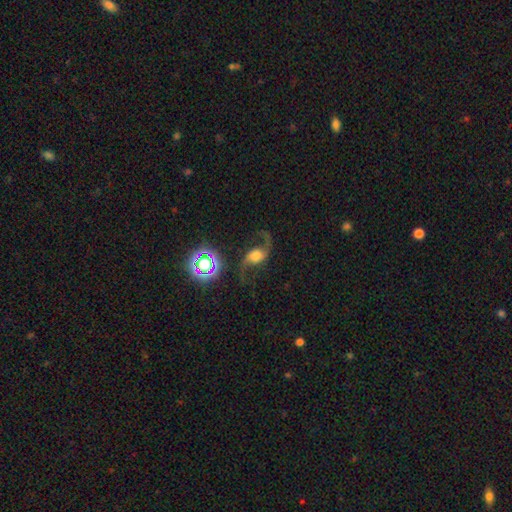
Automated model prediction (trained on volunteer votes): Q: Smooth or featured?
A: featured or disk (82%); runner-up: smooth (9%)
Q: Edge-on disk?
A: no (96%); runner-up: yes (4%)
Q: Bar?
A: no (54%); runner-up: weak (32%)
Q: Spiral arms?
A: yes (96%); runner-up: no (4%)
Q: Spiral winding?
A: loose (89%); runner-up: medium (9%)
Q: Spiral arm count?
A: 2 (93%); runner-up: 1 (3%)
Q: Bulge size?
A: moderate (43%); runner-up: large (27%)
Q: Merging?
A: none (69%); runner-up: minor disturbance (14%)